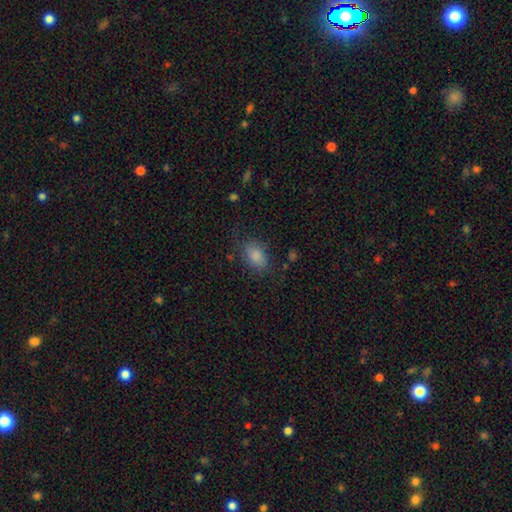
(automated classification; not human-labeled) smooth 84%, star or artifact 9%, featured or disk 7%. Down the decision tree: how rounded — in between (84%); merging — none (72%).